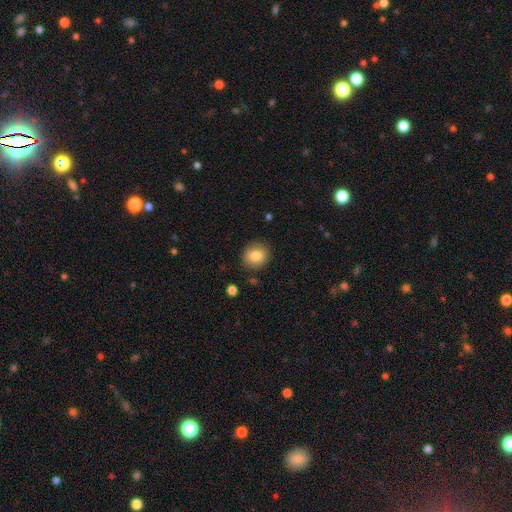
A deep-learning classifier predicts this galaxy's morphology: A smooth galaxy with no disk features (83%) that is round (77%). Merging: none (87%).